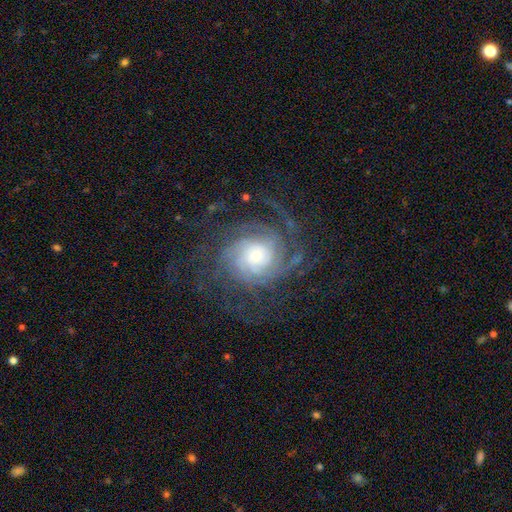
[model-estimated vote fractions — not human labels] smooth_or_featured: featured or disk (p=0.86) [alt: smooth p=0.07]
disk_edge_on: no (p=0.97) [alt: yes p=0.03]
bar: no (p=0.75) [alt: weak p=0.19]
has_spiral_arms: yes (p=0.98) [alt: no p=0.02]
spiral_winding: tight (p=0.63) [alt: medium p=0.29]
spiral_arm_count: can't tell (p=0.24) [alt: 4 p=0.22]
bulge_size: small (p=0.36) [alt: moderate p=0.33]
merging: none (p=0.71) [alt: minor disturbance p=0.14]